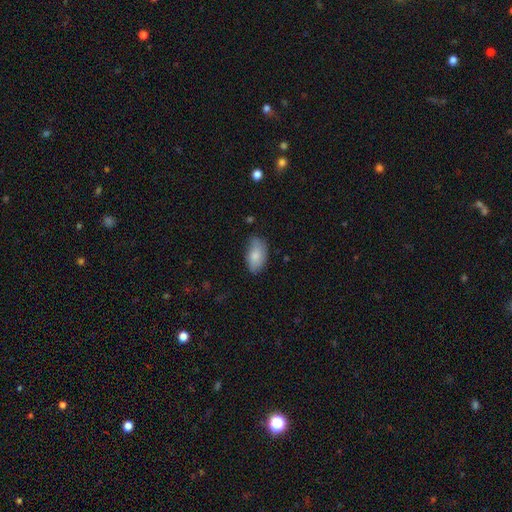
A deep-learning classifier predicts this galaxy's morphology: Smooth or featured? Predicted: smooth (p=0.81). How rounded? Predicted: in between (p=0.94). Merging? Predicted: none (p=0.67).